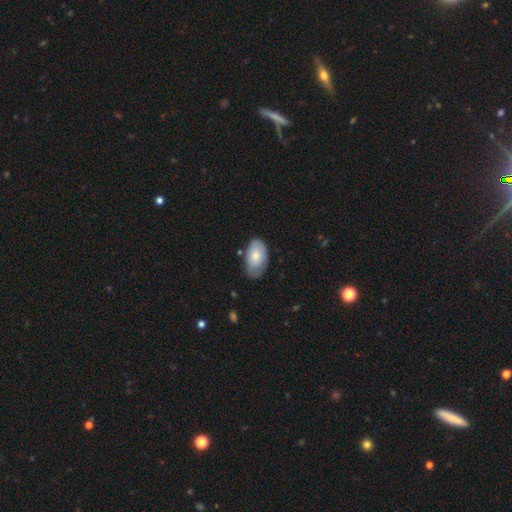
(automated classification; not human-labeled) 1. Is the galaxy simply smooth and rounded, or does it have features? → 76% smooth, 18% featured or disk, 6% star or artifact.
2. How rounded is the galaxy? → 94% in between, 5% round, 1% cigar-shaped.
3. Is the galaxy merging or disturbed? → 65% none, 27% minor disturbance, 5% major disturbance, 2% merger.